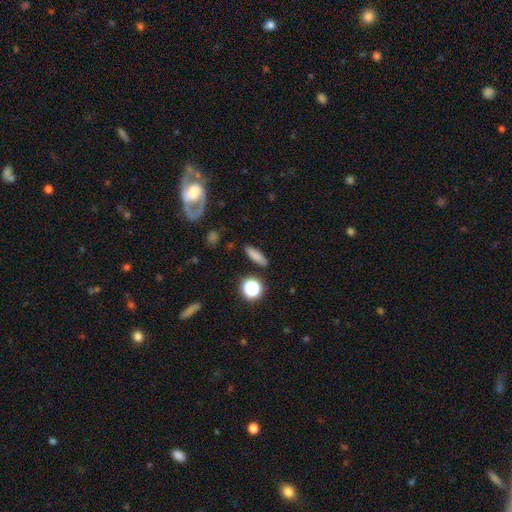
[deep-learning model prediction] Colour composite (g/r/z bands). It shows a smooth galaxy with no disk features (77%) that is cigar-shaped (56%). Merging: none (86%).